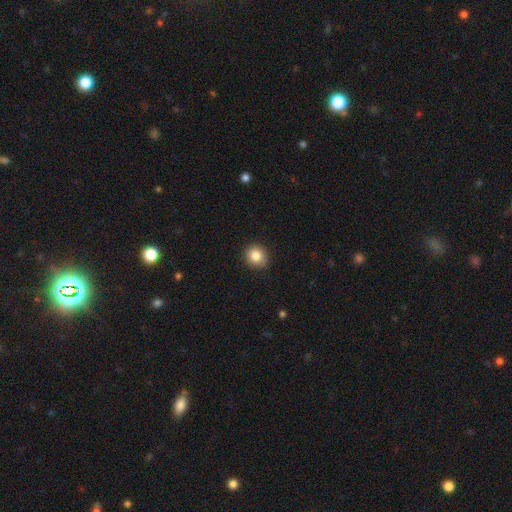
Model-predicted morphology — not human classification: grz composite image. It shows a smooth galaxy with no disk features (85%) that is round (88%). Merging: none (88%).